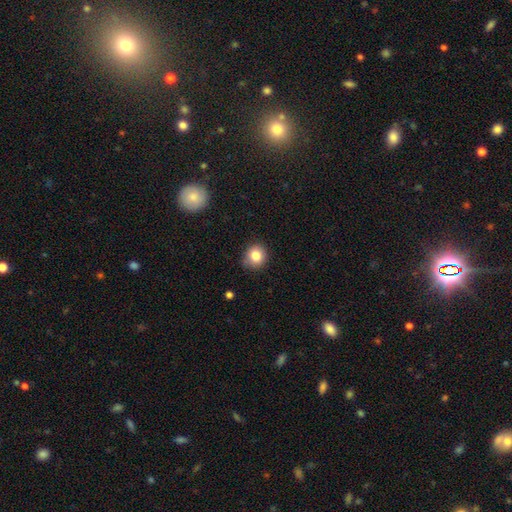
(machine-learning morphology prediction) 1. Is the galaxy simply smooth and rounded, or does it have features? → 83% smooth, 10% star or artifact, 7% featured or disk.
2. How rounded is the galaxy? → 82% round, 17% in between, 1% cigar-shaped.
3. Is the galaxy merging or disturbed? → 83% none, 13% minor disturbance, 2% major disturbance, 1% merger.